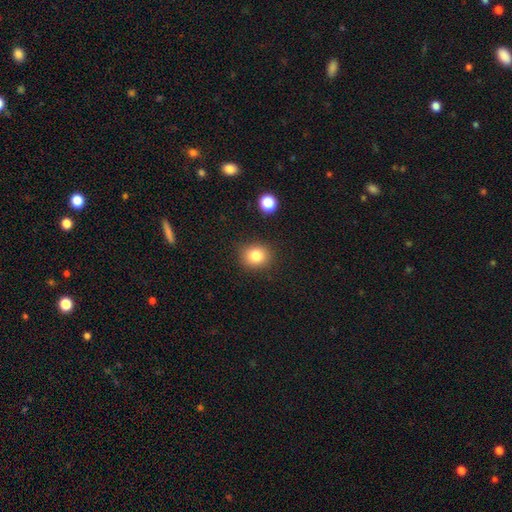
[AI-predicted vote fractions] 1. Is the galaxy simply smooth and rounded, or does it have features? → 82% smooth, 11% star or artifact, 7% featured or disk.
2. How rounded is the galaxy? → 72% round, 27% in between, 1% cigar-shaped.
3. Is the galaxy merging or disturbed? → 86% none, 9% minor disturbance, 3% major disturbance, 2% merger.